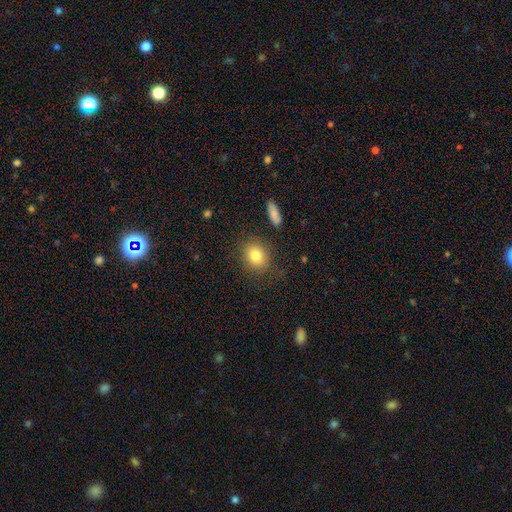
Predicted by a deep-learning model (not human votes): Overall: smooth (82%). How rounded: round (59%; in between 39%). Merging: none (82%).